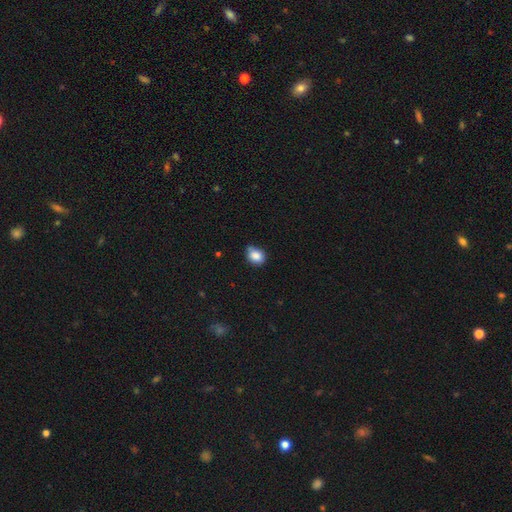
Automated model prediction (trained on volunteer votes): This appears to be a smooth galaxy with no disk features (84%) that is in between round and cigar-shaped (50%). Merging: none (60%).